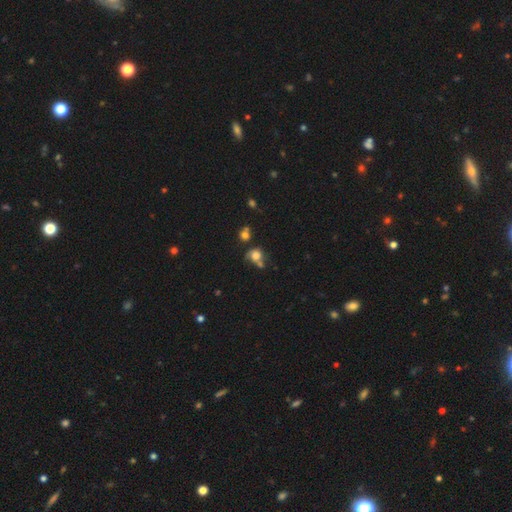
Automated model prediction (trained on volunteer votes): This is likely a smooth galaxy (71%). How rounded: likely round (71%). Merging: marginally none (37%).